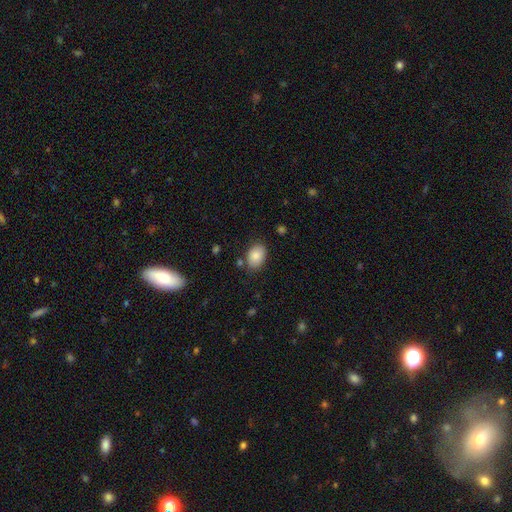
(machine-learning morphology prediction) Smooth or featured? Predicted: smooth (p=0.85). How rounded? Predicted: in between (p=0.78). Merging? Predicted: none (p=0.80).